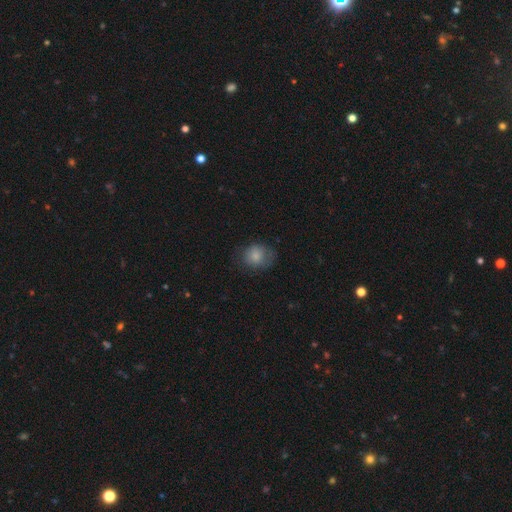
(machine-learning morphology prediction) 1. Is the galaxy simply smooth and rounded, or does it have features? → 81% smooth, 11% featured or disk, 8% star or artifact.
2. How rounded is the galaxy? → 58% round, 41% in between, 1% cigar-shaped.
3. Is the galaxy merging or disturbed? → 64% none, 24% minor disturbance, 11% major disturbance, 1% merger.